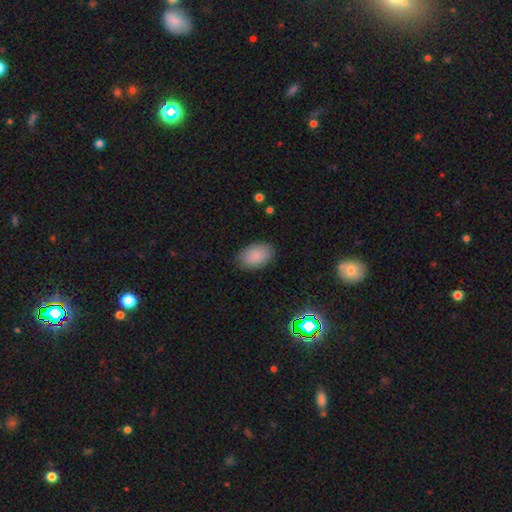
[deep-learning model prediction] A smooth galaxy with no disk features (86%) that is in between round and cigar-shaped (89%). Merging: none (84%).